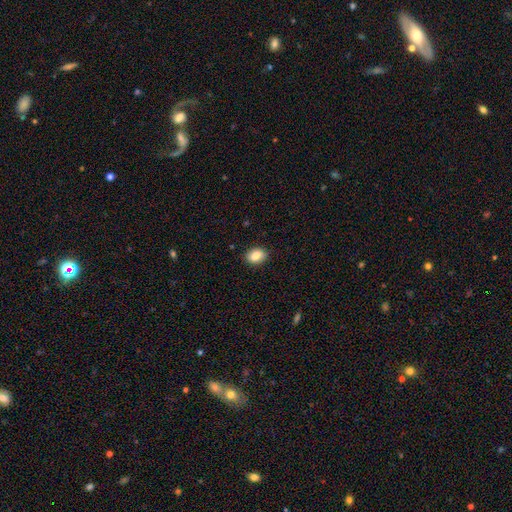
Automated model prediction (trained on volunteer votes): Q: Smooth or featured?
A: smooth (84%); runner-up: star or artifact (8%)
Q: How rounded?
A: in between (69%); runner-up: round (29%)
Q: Merging?
A: none (88%); runner-up: minor disturbance (9%)